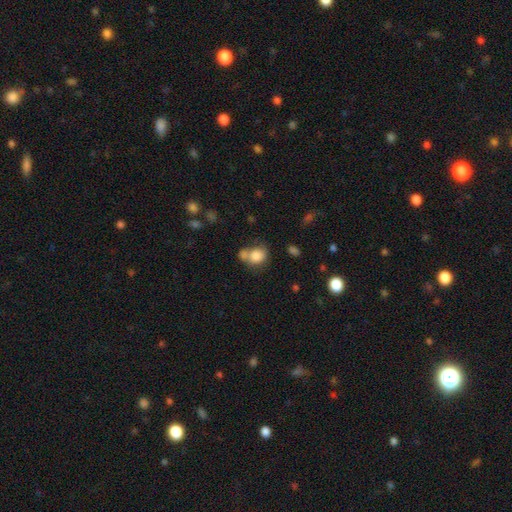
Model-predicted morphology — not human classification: Smooth or featured?
  - smooth: 81% *
  - featured or disk: 10%
  - star or artifact: 9%
How rounded?
  - round: 61% *
  - in between: 38%
  - cigar-shaped: 1%
Merging?
  - none: 40% *
  - merger: 38%
  - minor disturbance: 15%
  - major disturbance: 7%